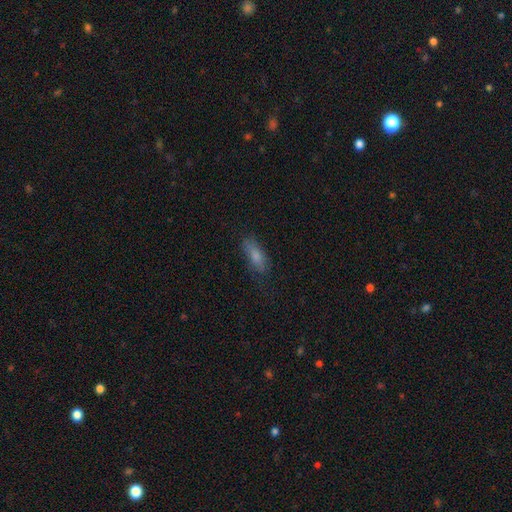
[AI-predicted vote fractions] Morphology: type=smooth (74%); roundness=in between (62%); merging=none (67%).